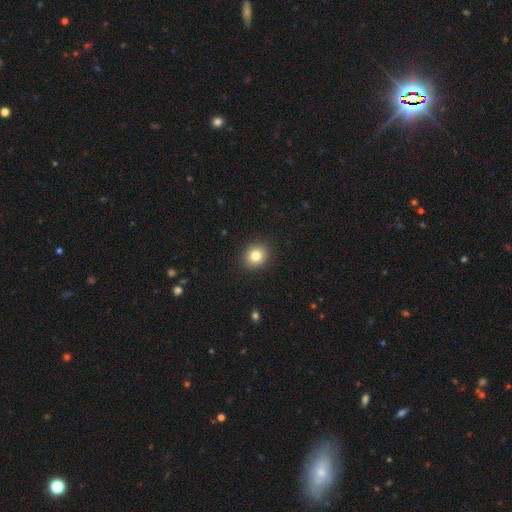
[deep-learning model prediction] A smooth galaxy with no disk features (82%) that is round (76%).

Vote fractions:
- Smooth or featured? smooth: 82% / star or artifact: 10% / featured or disk: 8%
- How rounded? round: 76% / in between: 23% / cigar-shaped: 1%
- Merging? none: 91% / minor disturbance: 6% / major disturbance: 2% / merger: 1%